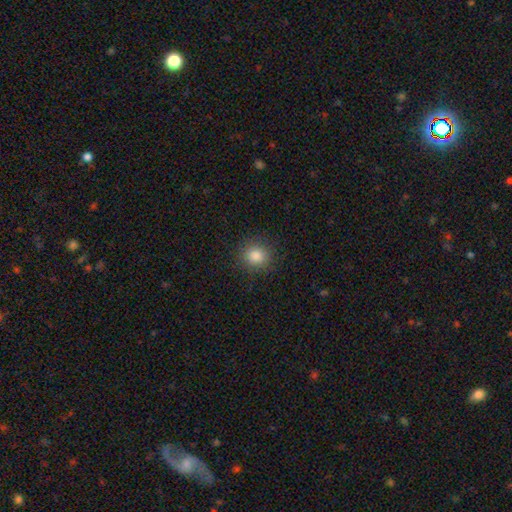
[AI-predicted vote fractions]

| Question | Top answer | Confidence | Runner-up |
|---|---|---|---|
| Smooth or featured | smooth | 84% | star or artifact (12%) |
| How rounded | round | 88% | in between (11%) |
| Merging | none | 90% | minor disturbance (7%) |